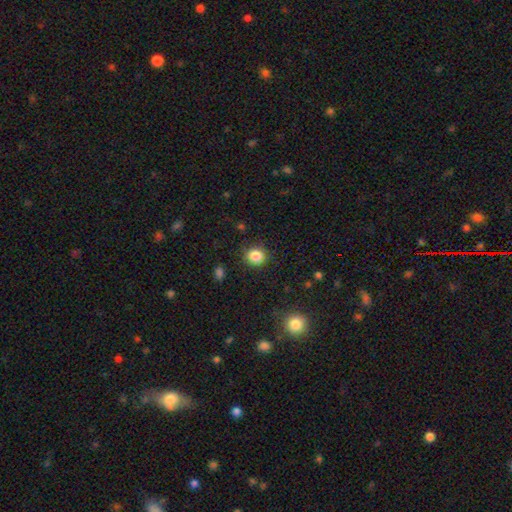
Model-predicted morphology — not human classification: The model was most divided on "how rounded": round: 83%, in between: 16%, cigar-shaped: 1%. More confident: merging — none (86%); smooth or featured — smooth (85%).